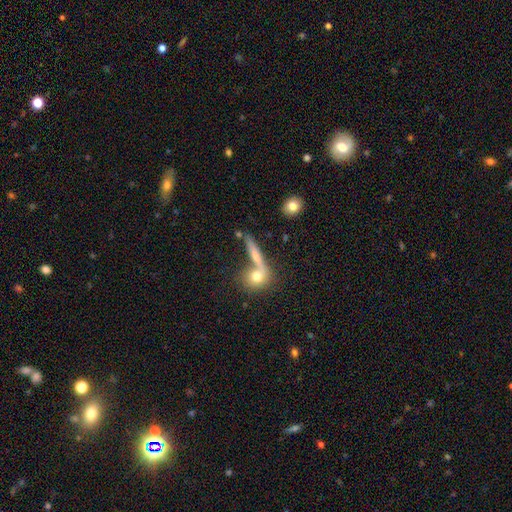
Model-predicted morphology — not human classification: smooth-or-featured: smooth: 57% | featured or disk: 34% | star or artifact: 9%
  how-rounded: cigar-shaped: 56% | round: 23% | in between: 20%
  merging: none: 54% | merger: 29% | minor disturbance: 11% | major disturbance: 6%